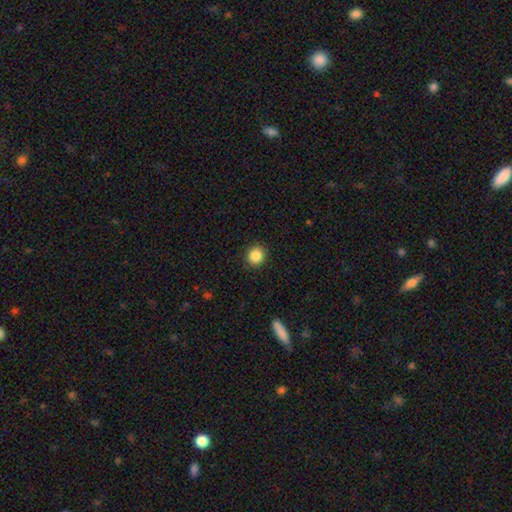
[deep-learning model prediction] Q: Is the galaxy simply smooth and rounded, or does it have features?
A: smooth — 86%.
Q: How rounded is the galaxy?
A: round — 86%.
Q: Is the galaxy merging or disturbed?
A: none — 92%.